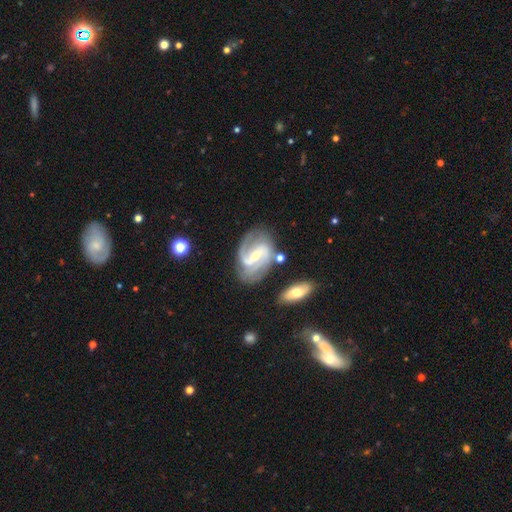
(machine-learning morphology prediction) type=featured or disk (88%); edge-on=no (97%); bar=weak (43%); spiral arms=yes (97%); winding=medium (51%); arm count=2 (74%); bulge=small (64%); merging=none (67%).